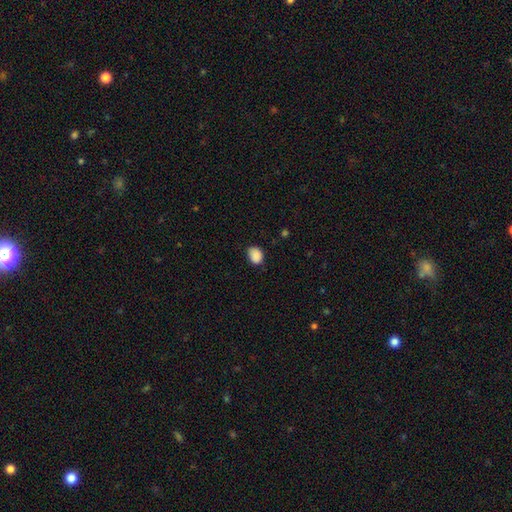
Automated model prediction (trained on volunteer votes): Morphology: type=smooth (89%); roundness=in between (54%); merging=none (77%).